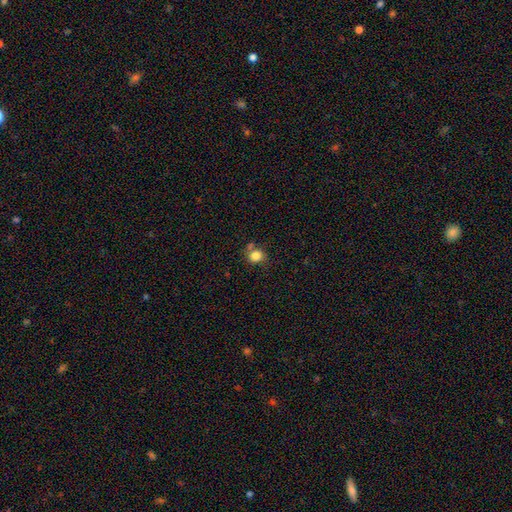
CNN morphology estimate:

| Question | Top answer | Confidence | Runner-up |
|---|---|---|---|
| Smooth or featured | smooth | 83% | star or artifact (11%) |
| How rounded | round | 80% | in between (19%) |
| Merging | none | 64% | merger (15%) |